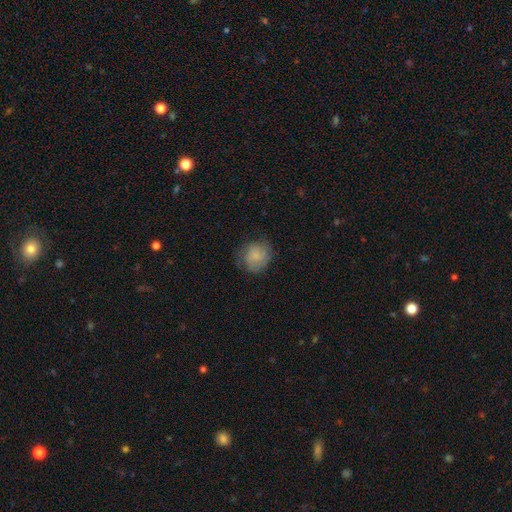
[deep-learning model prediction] This appears to be a smooth galaxy with no disk features (74%) that is round (79%). Merging: none (67%).